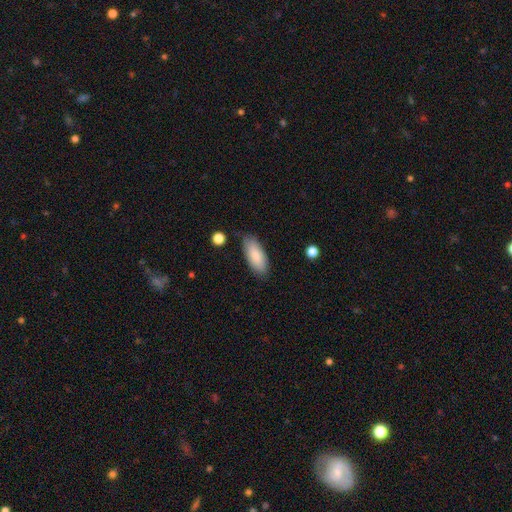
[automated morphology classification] The model was most divided on "merging": none: 80%, minor disturbance: 15%, major disturbance: 3%, merger: 2%. More confident: smooth or featured — smooth (85%); how rounded — in between (84%).